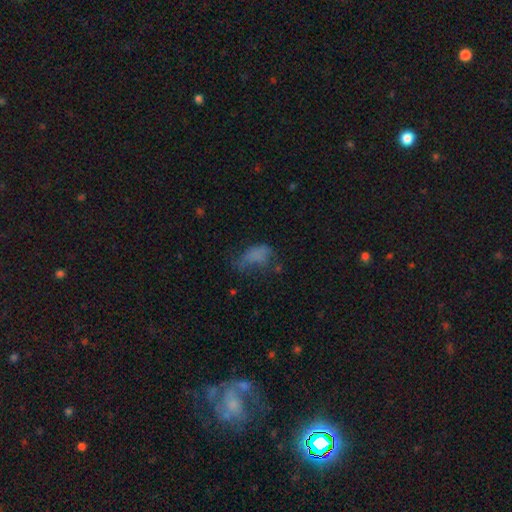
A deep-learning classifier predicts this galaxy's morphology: Smooth or featured?
  - smooth: 61% *
  - featured or disk: 21%
  - star or artifact: 17%
How rounded?
  - in between: 86% *
  - round: 8%
  - cigar-shaped: 6%
Merging?
  - major disturbance: 38% *
  - none: 30%
  - minor disturbance: 26%
  - merger: 5%